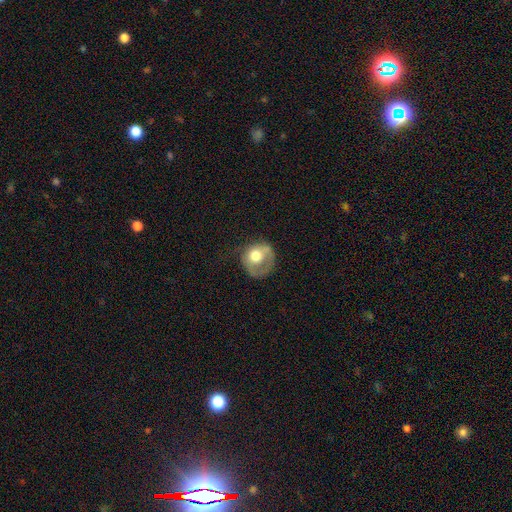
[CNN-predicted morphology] This appears to be a smooth galaxy with no disk features (55%) that is round (75%). Merging: major disturbance (35%).